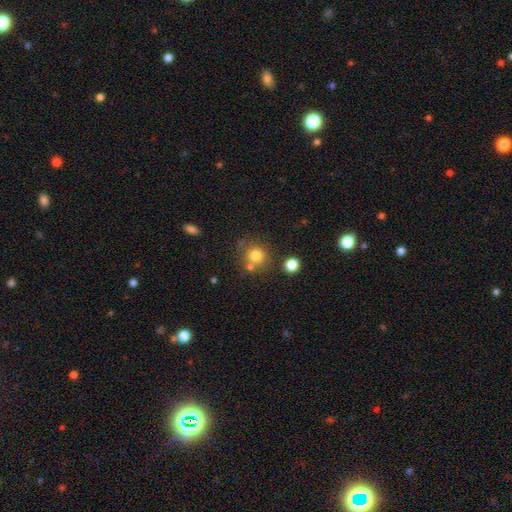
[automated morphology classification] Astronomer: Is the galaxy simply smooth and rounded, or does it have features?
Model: smooth — 78%.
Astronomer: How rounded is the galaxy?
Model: round — 88%.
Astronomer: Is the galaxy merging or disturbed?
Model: none — 67%.